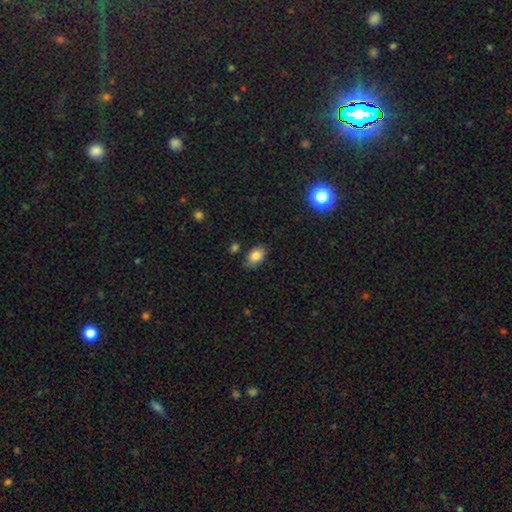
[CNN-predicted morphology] This is clearly a smooth galaxy (82%). How rounded: clearly in between (87%). Merging: clearly none (80%).